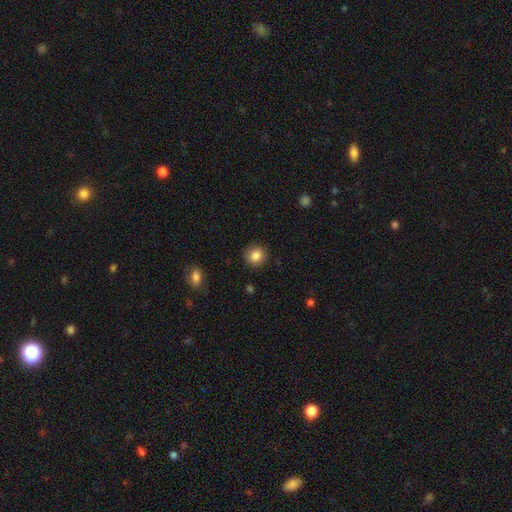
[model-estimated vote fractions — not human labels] Smooth or featured? smooth (86%)
How rounded? round (88%)
Merging? none (89%)